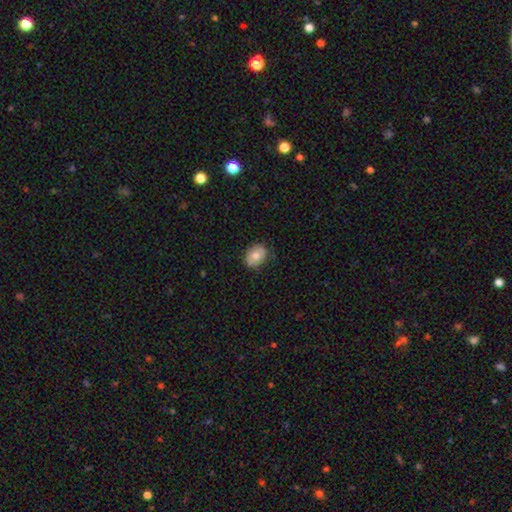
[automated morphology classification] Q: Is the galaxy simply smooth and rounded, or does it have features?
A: smooth — 73%.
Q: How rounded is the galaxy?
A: in between — 63%.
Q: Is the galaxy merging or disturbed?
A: none — 74%.